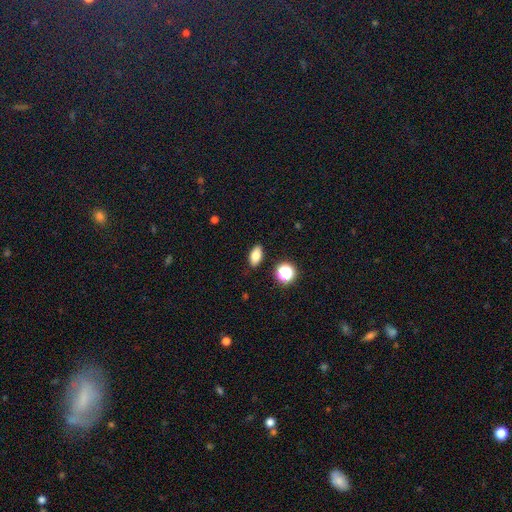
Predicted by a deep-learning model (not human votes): This is likely a smooth galaxy (79%). How rounded: clearly in between (85%). Merging: clearly none (87%).